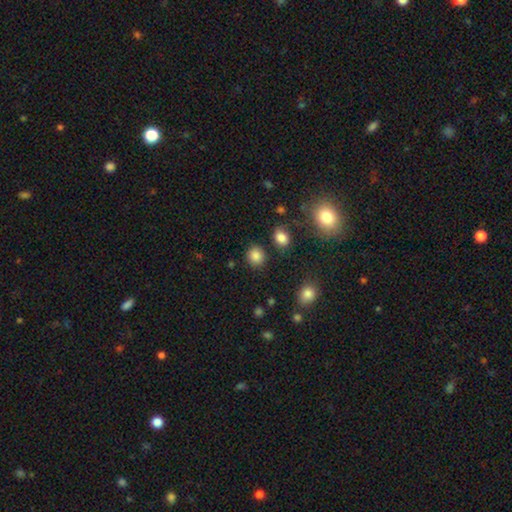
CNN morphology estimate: This appears to be a smooth galaxy with no disk features (86%) that is round (78%). Merging: none (86%).